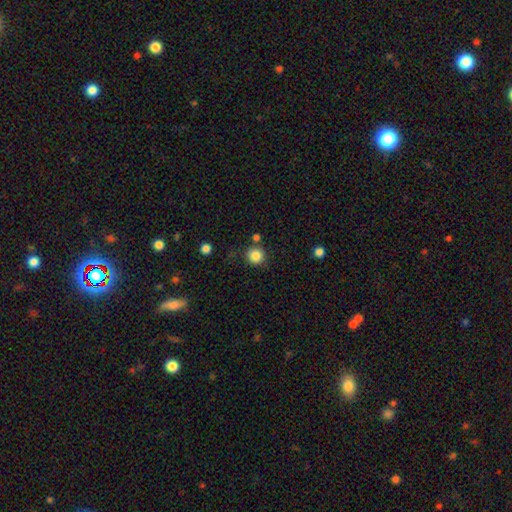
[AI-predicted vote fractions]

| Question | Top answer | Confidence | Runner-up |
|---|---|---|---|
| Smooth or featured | smooth | 85% | star or artifact (11%) |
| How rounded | round | 93% | in between (6%) |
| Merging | none | 80% | minor disturbance (10%) |